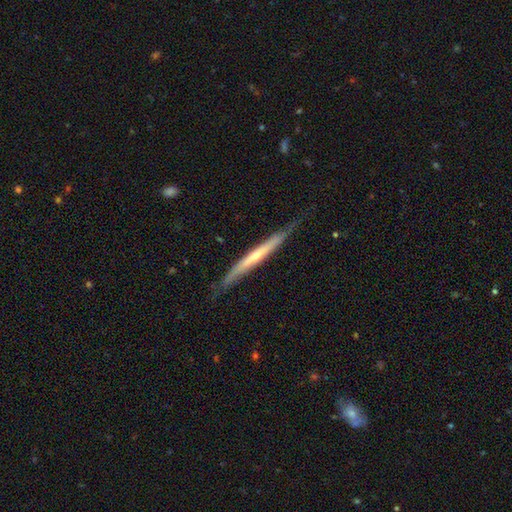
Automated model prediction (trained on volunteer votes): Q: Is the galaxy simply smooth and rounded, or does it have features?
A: featured or disk — 68%.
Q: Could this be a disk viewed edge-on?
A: yes — 94%.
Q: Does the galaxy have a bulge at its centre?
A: rounded — 57%.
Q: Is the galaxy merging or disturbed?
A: none — 76%.